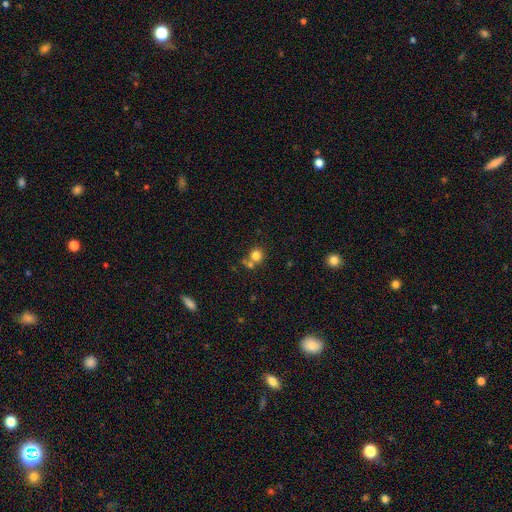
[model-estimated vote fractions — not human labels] This is likely a smooth galaxy (79%). How rounded: clearly round (87%). Merging: possibly none (54%).